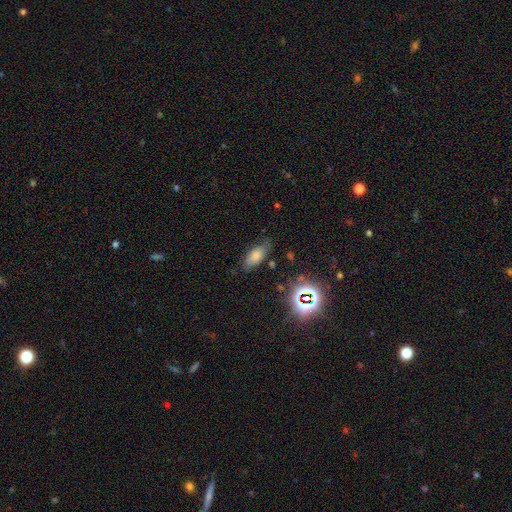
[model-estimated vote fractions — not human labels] Smooth or featured? smooth (69%)
How rounded? in between (83%)
Merging? none (69%)